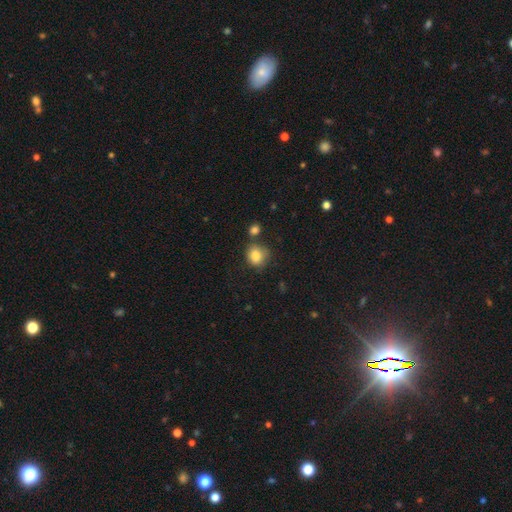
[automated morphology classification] A smooth galaxy with no disk features (84%) that is round (71%). Merging: none (62%).